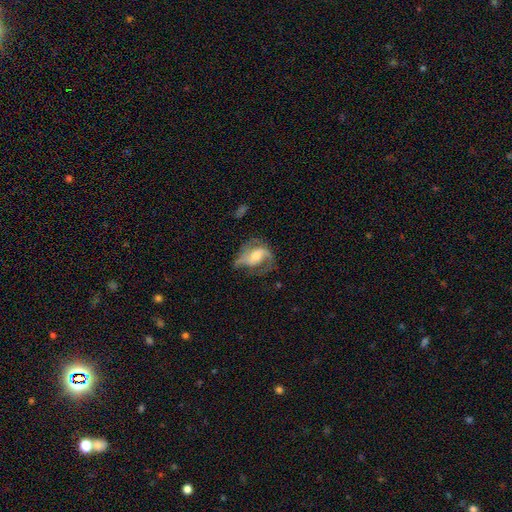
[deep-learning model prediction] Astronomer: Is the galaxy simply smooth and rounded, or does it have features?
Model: featured or disk — 75%.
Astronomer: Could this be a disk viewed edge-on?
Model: no — 96%.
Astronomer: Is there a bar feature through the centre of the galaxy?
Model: no — 48% (runner-up: weak, 36%).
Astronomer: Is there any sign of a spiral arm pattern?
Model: yes — 89%.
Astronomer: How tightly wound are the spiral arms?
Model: medium — 45% (runner-up: loose, 37%).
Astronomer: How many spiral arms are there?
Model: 2 — 70%.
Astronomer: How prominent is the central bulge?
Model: moderate — 54% (runner-up: small, 33%).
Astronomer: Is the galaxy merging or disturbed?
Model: none — 49%.